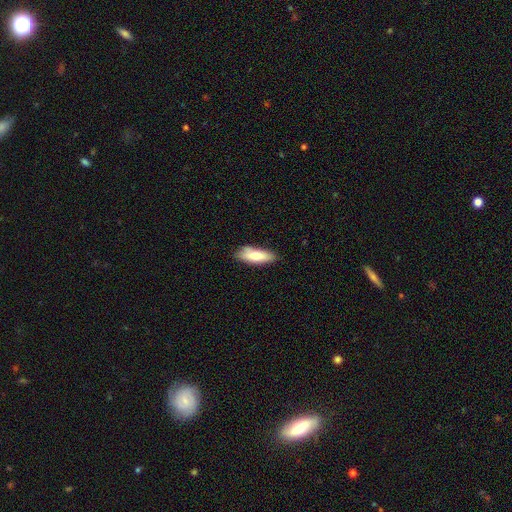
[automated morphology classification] Smooth or featured? smooth (79%)
How rounded? in between (56%)
Merging? none (77%)